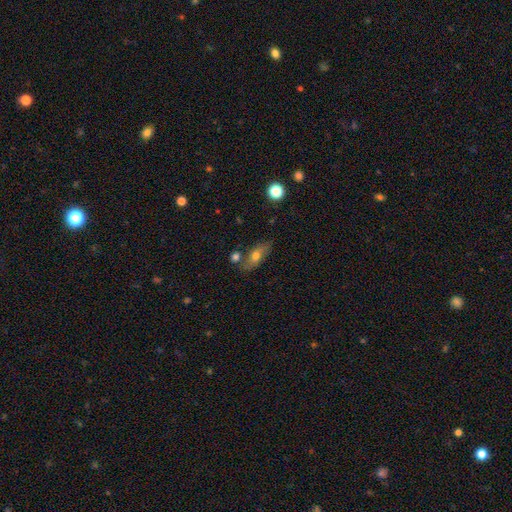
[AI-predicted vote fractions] A smooth galaxy with no disk features (54%) that is in between round and cigar-shaped (64%). Merging: none (72%).